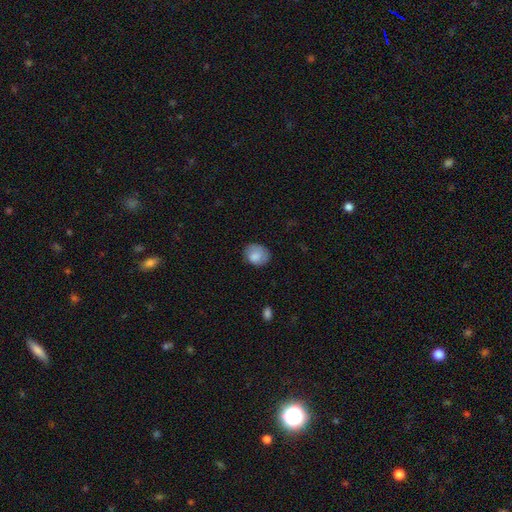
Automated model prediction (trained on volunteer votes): Morphology: type=smooth (80%); roundness=round (58%); merging=none (71%).